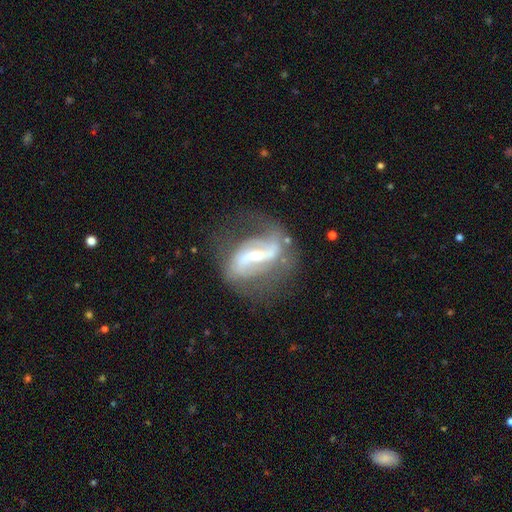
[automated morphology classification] Overall: featured or disk (87%). Edge-on disk: no (95%). Bar: strong (56%; weak 30%). Spiral arms: yes (93%). Spiral arm count: 2 (86%). Spiral winding: loose (57%; medium 33%). Bulge size: small (55%; moderate 41%). Merging: none (60%; minor disturbance 20%).